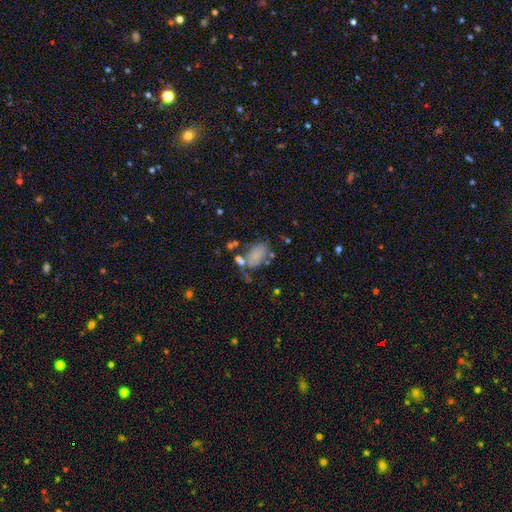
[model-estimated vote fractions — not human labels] Smooth or featured?
  - smooth: 72% *
  - featured or disk: 16%
  - star or artifact: 12%
How rounded?
  - in between: 90% *
  - round: 8%
  - cigar-shaped: 2%
Merging?
  - none: 44% *
  - minor disturbance: 24%
  - major disturbance: 18%
  - merger: 15%